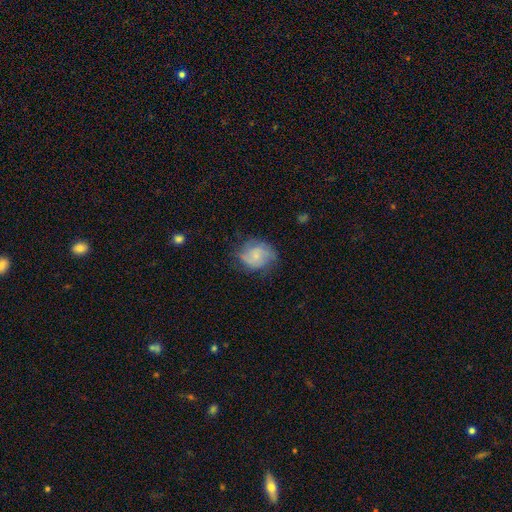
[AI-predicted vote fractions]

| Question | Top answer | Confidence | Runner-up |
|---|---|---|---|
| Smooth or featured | featured or disk | 50% | smooth (42%) |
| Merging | none | 65% | minor disturbance (24%) |